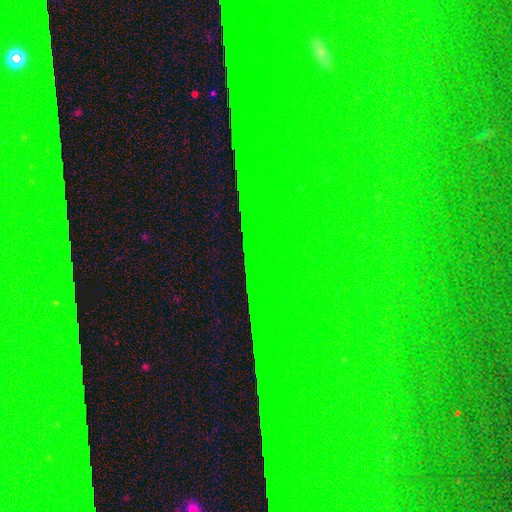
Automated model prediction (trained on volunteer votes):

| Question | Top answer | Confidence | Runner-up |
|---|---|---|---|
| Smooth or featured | star or artifact | 87% | featured or disk (7%) |